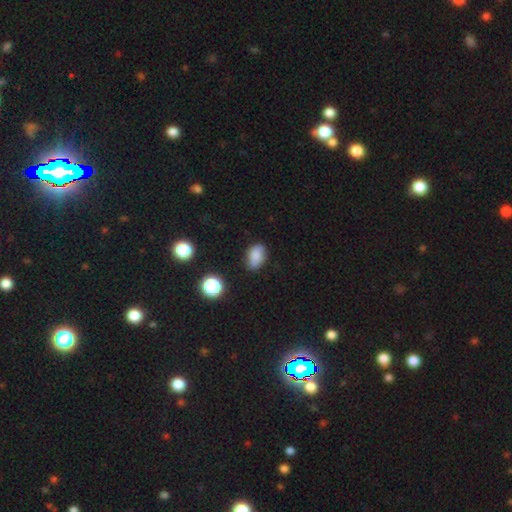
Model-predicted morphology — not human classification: Smooth or featured? Predicted: smooth (p=0.83). How rounded? Predicted: in between (p=0.84). Merging? Predicted: none (p=0.74).